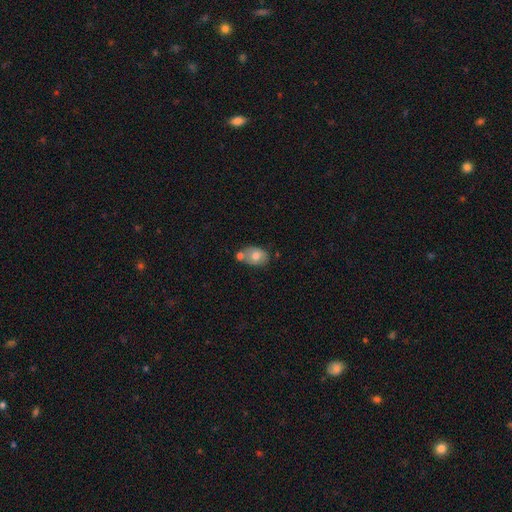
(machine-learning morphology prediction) A smooth galaxy with no disk features (71%) that is in between round and cigar-shaped (77%).

Vote fractions:
- Smooth or featured? smooth: 71% / featured or disk: 22% / star or artifact: 8%
- How rounded? in between: 77% / round: 21% / cigar-shaped: 1%
- Merging? none: 45% / merger: 33% / minor disturbance: 17% / major disturbance: 5%